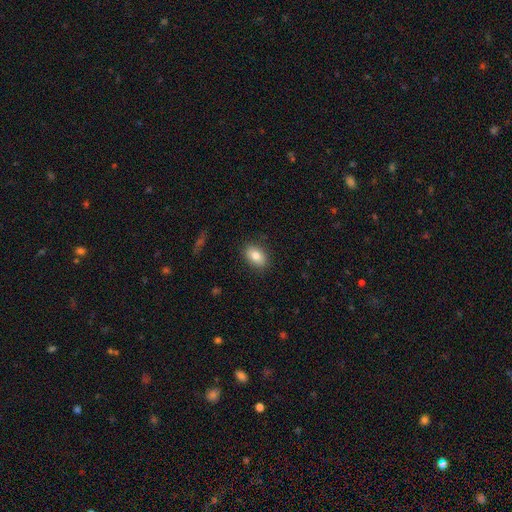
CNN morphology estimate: Q: Smooth or featured?
A: smooth (81%); runner-up: featured or disk (11%)
Q: How rounded?
A: in between (84%); runner-up: round (14%)
Q: Merging?
A: none (87%); runner-up: minor disturbance (10%)